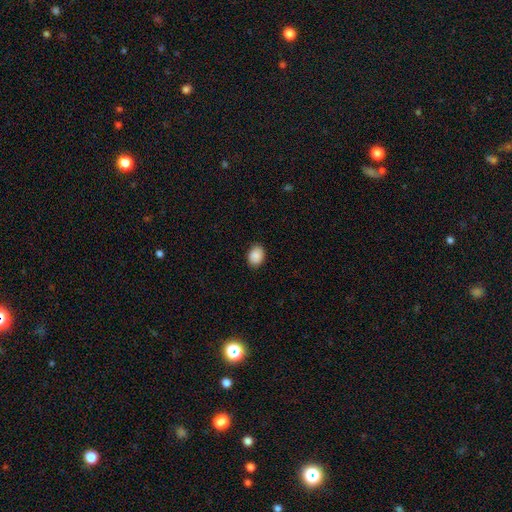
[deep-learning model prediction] Morphology: type=smooth (89%); roundness=in between (70%); merging=none (88%).